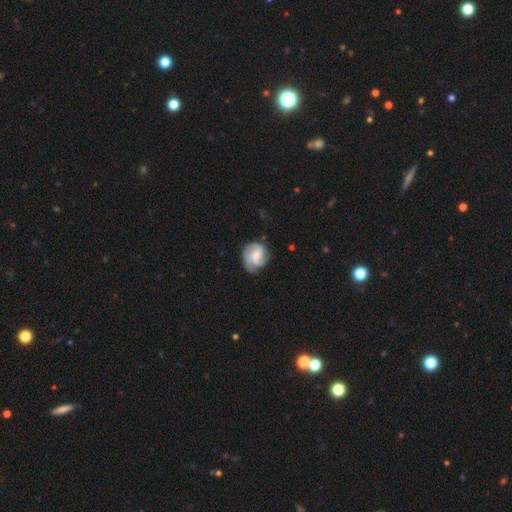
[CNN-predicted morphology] Smooth or featured: featured or disk — 82% (smooth — 13%)
Edge-on disk: no — 98% (yes — 2%)
Bar: no — 55% (weak — 37%)
Spiral arms: yes — 97% (no — 3%)
Spiral winding: tight — 48% (medium — 42%)
Spiral arm count: 3 — 55% (2 — 23%)
Bulge size: moderate — 51% (small — 41%)
Merging: none — 70% (minor disturbance — 21%)